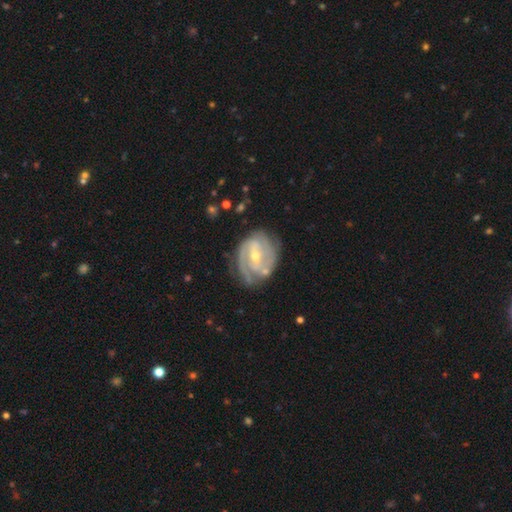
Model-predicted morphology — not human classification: smooth_or_featured: featured or disk (p=0.85) [alt: smooth p=0.10]
disk_edge_on: no (p=0.97) [alt: yes p=0.03]
bar: weak (p=0.49) [alt: strong p=0.31]
has_spiral_arms: yes (p=0.92) [alt: no p=0.08]
spiral_winding: tight (p=0.54) [alt: medium p=0.35]
spiral_arm_count: 2 (p=0.53) [alt: can't tell p=0.20]
bulge_size: moderate (p=0.51) [alt: small p=0.46]
merging: none (p=0.65) [alt: minor disturbance p=0.22]